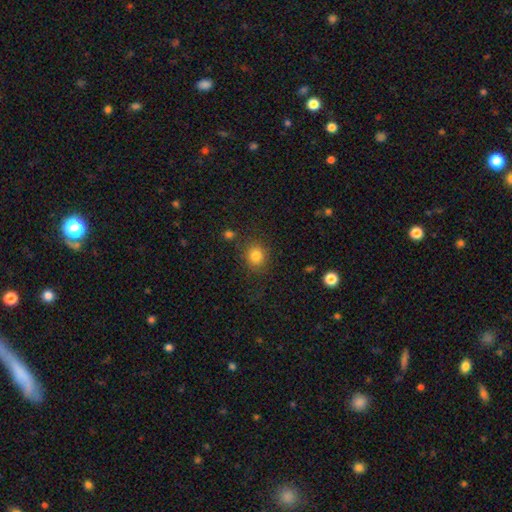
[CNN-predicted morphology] This appears to be a smooth galaxy with no disk features (82%) that is round (86%). Merging: none (84%).